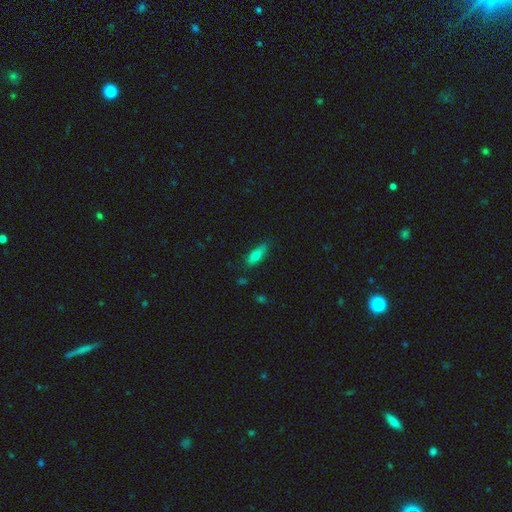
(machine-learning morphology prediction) smooth-or-featured: smooth: 74% | featured or disk: 18% | star or artifact: 8%
  how-rounded: in between: 64% | cigar-shaped: 33% | round: 3%
  merging: none: 73% | minor disturbance: 21% | major disturbance: 3% | merger: 2%